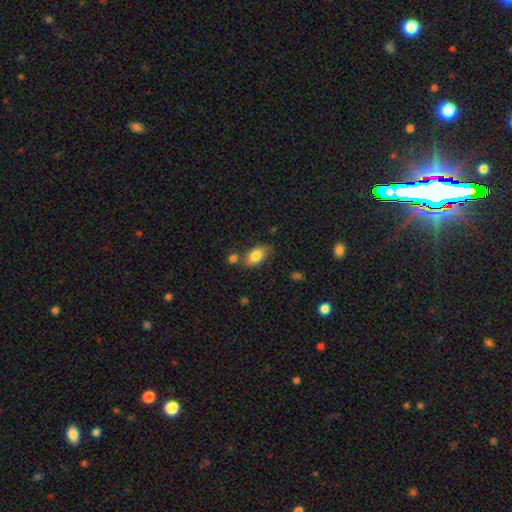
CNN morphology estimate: Overall: smooth (82%). How rounded: in between (89%). Merging: none (65%).